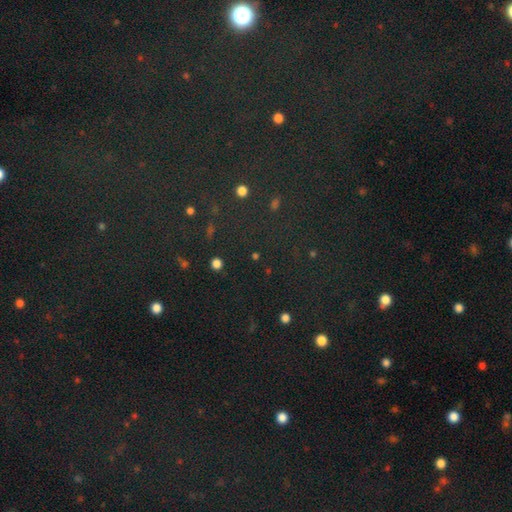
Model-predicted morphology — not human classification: A star or artifact, not a galaxy (70%).

Vote fractions:
- Smooth or featured? star or artifact: 70% / smooth: 22% / featured or disk: 8%